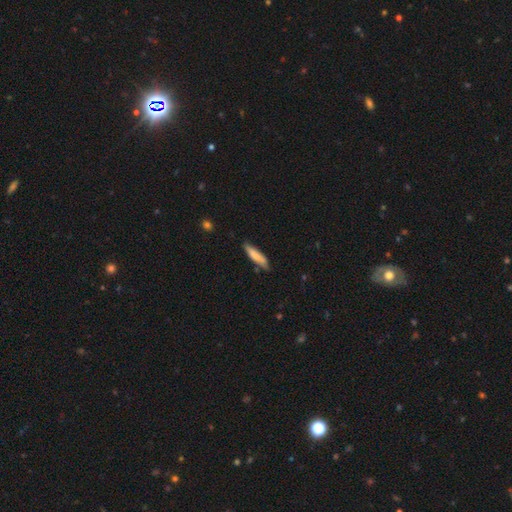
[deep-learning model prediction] Smooth or featured: smooth — 76% (featured or disk — 18%)
How rounded: cigar-shaped — 76% (in between — 23%)
Merging: none — 70% (minor disturbance — 23%)